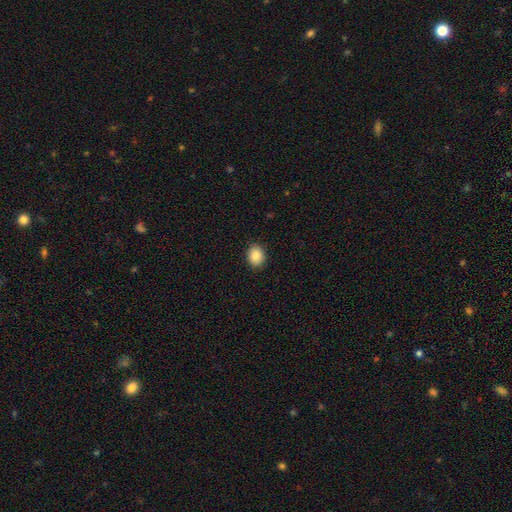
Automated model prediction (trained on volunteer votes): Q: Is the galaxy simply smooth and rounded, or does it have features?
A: smooth — 89%.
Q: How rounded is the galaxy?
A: in between — 50%.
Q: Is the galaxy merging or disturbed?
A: none — 89%.